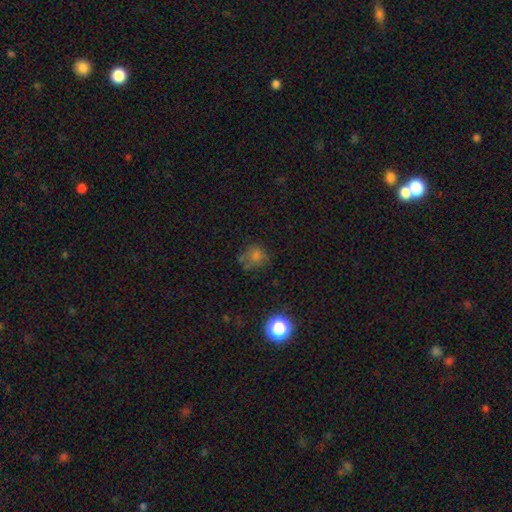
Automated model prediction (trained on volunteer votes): A smooth galaxy with no disk features (66%) that is round (81%). Merging: none (63%).